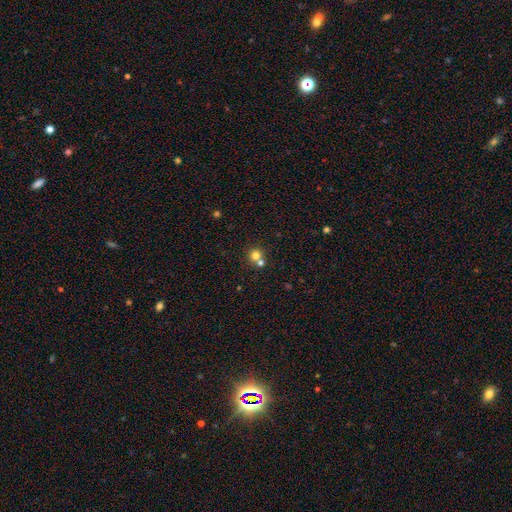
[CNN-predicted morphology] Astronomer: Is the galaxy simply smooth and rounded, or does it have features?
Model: smooth — 75%.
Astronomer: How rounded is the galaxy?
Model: round — 90%.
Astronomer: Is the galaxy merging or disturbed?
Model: none — 56% (runner-up: merger, 36%).